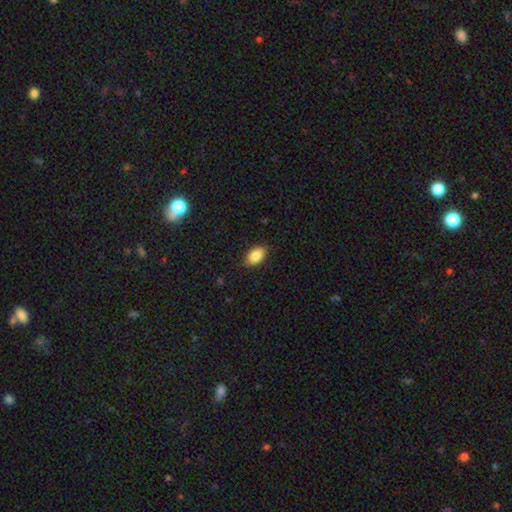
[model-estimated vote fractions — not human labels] This is clearly a smooth galaxy (86%). How rounded: clearly in between (90%). Merging: clearly none (86%).